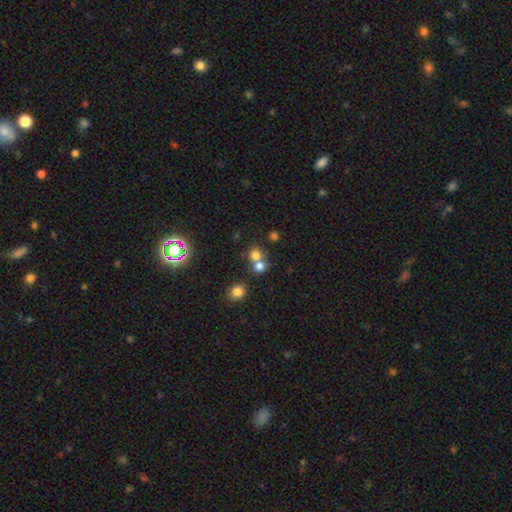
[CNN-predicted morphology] smooth-or-featured: smooth: 72% | star or artifact: 18% | featured or disk: 10%
  how-rounded: round: 84% | in between: 15% | cigar-shaped: 1%
  merging: none: 46% | merger: 45% | minor disturbance: 6% | major disturbance: 3%